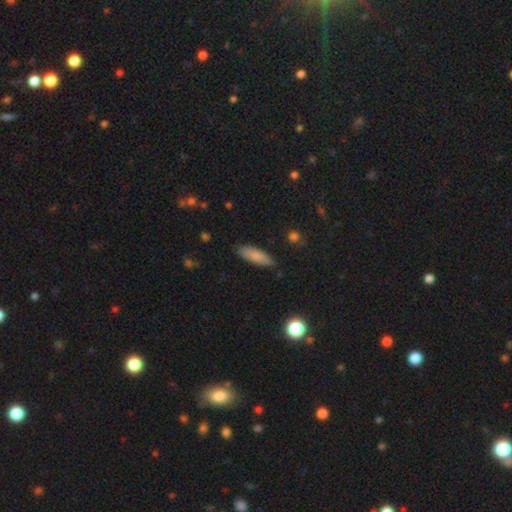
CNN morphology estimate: This appears to be a smooth galaxy with no disk features (84%) that is in between round and cigar-shaped (54%). Merging: none (84%).